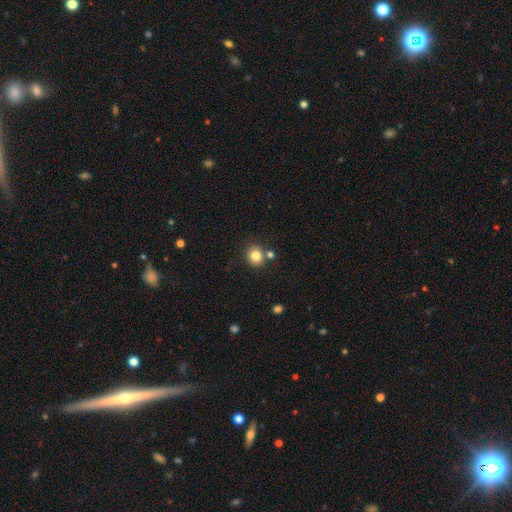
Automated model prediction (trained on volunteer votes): Smooth or featured?
  - smooth: 82% *
  - star or artifact: 11%
  - featured or disk: 7%
How rounded?
  - round: 76% *
  - in between: 23%
  - cigar-shaped: 1%
Merging?
  - none: 76% *
  - merger: 11%
  - minor disturbance: 10%
  - major disturbance: 3%